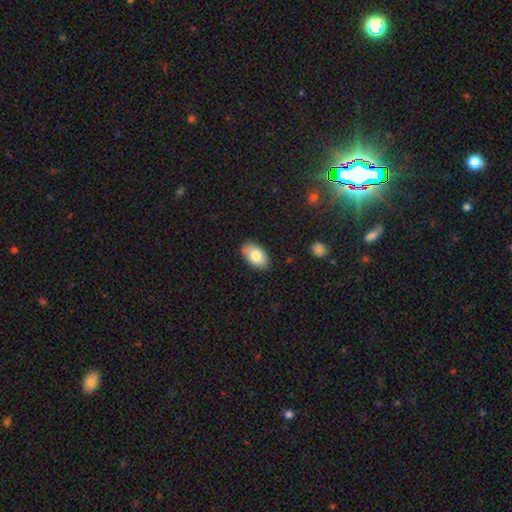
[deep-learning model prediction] The model was most divided on "merging": none: 76%, minor disturbance: 15%, merger: 6%, major disturbance: 3%. More confident: how rounded — in between (92%); smooth or featured — smooth (79%).